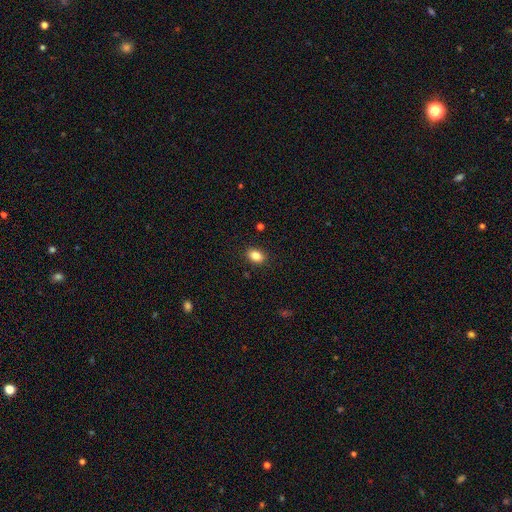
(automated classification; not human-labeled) The model was most divided on "how rounded": in between: 76%, round: 23%, cigar-shaped: 1%. More confident: merging — none (89%); smooth or featured — smooth (85%).